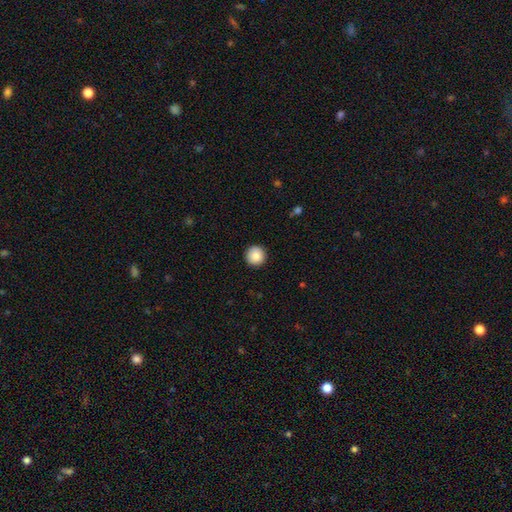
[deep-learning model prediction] This appears to be a smooth galaxy with no disk features (88%) that is round (95%). Merging: none (92%).